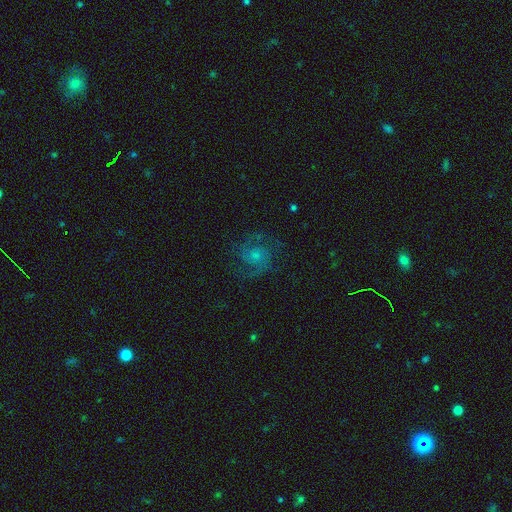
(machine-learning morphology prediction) The model was most divided on "bulge size": small: 51%, moderate: 33%, none: 10%, large: 5%, dominant: 1%. More confident: edge-on disk — no (98%); spiral arms — yes (95%); smooth or featured — featured or disk (77%); merging — none (73%); spiral arm count — 2 (73%); bar — no (70%); spiral winding — medium (56%).